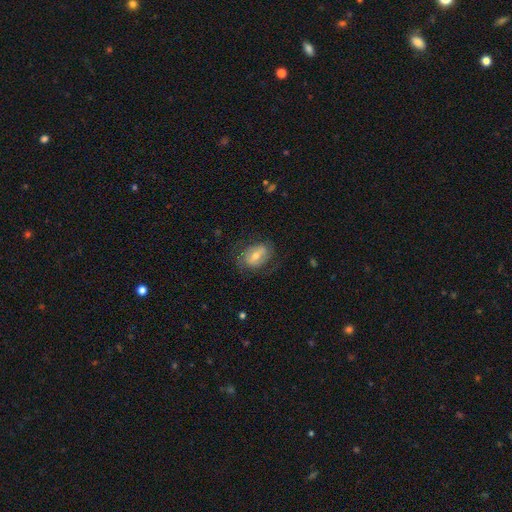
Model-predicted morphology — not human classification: Smooth or featured: featured or disk — 49% (smooth — 44%)
Merging: none — 68% (minor disturbance — 20%)